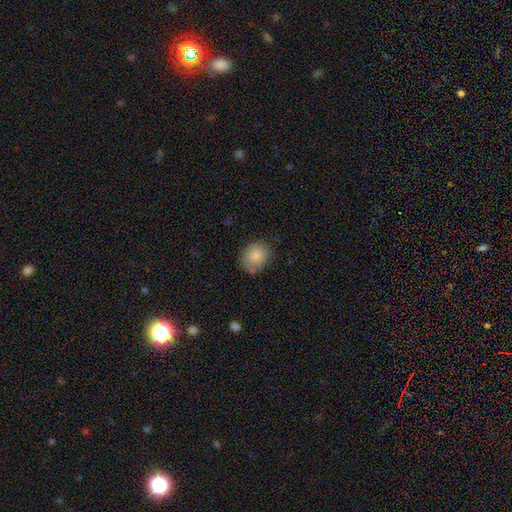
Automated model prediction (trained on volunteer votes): Smooth or featured? Predicted: smooth (p=0.84). How rounded? Predicted: round (p=0.61). Merging? Predicted: none (p=0.71).